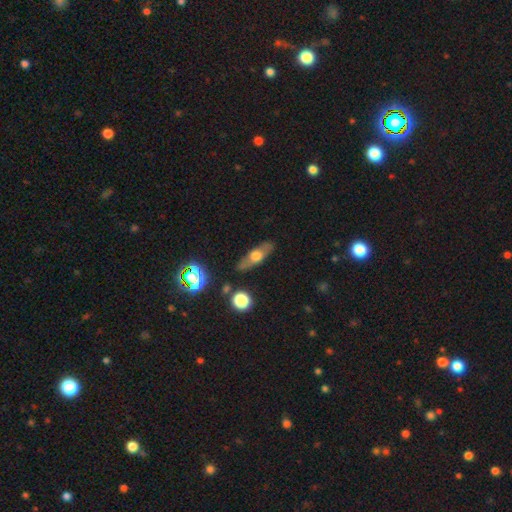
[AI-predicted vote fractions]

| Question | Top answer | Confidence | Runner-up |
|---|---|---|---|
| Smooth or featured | featured or disk | 46% | smooth (45%) |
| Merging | none | 80% | minor disturbance (14%) |